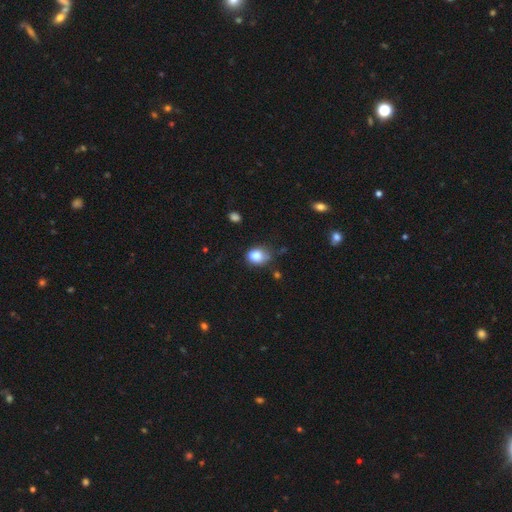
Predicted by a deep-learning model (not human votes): Smooth or featured? smooth (84%)
How rounded? in between (56%)
Merging? none (56%)